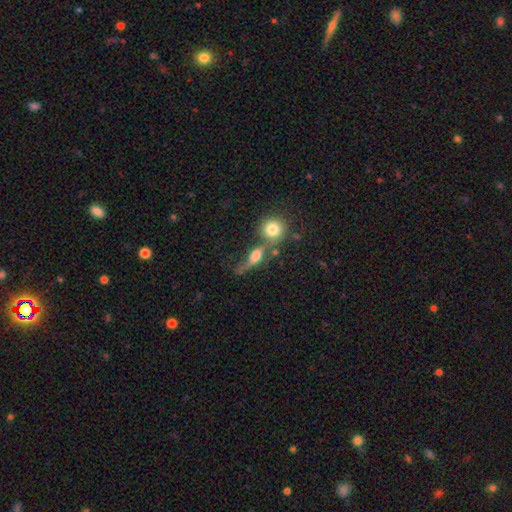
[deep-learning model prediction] This appears to be a featured or disk galaxy (45%). Merging: none (45%).